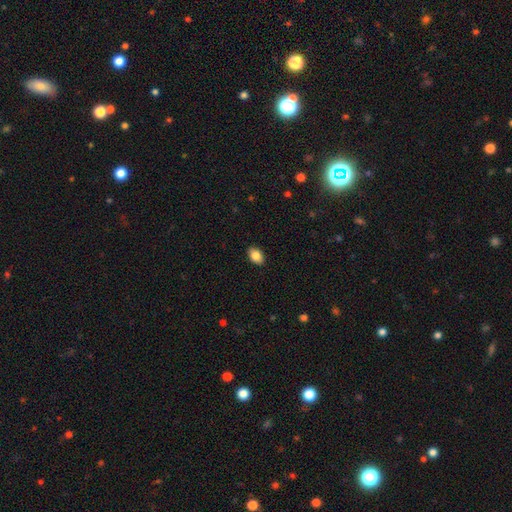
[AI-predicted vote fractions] This is clearly a smooth galaxy (86%). How rounded: clearly in between (86%). Merging: clearly none (89%).